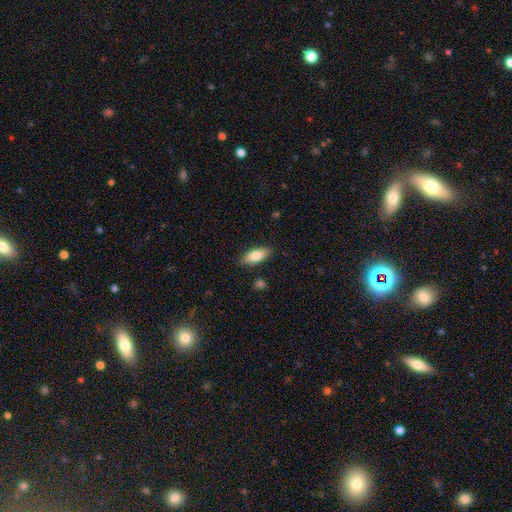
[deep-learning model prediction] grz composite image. It shows a smooth galaxy with no disk features (81%) that is in between round and cigar-shaped (77%). Merging: none (85%).